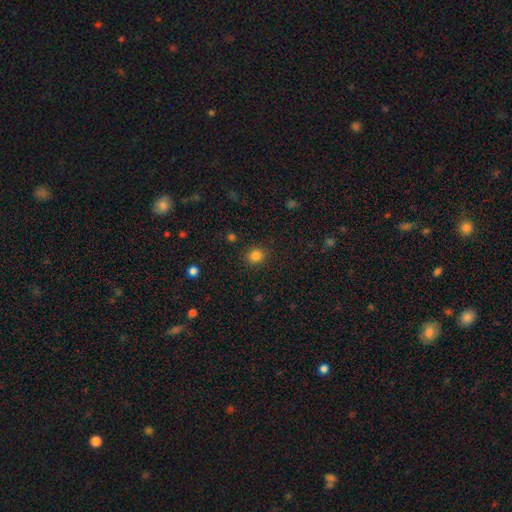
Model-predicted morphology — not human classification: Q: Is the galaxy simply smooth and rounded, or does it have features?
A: smooth — 84%.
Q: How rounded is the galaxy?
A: round — 80%.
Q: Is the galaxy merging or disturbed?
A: none — 89%.